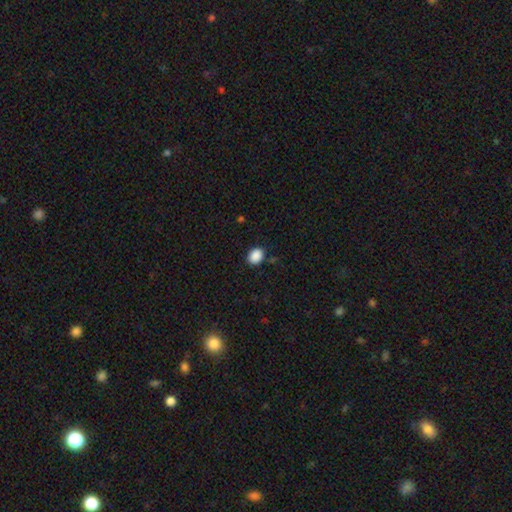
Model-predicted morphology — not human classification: Q: Smooth or featured?
A: smooth (89%); runner-up: star or artifact (9%)
Q: How rounded?
A: in between (58%); runner-up: round (41%)
Q: Merging?
A: none (86%); runner-up: minor disturbance (10%)